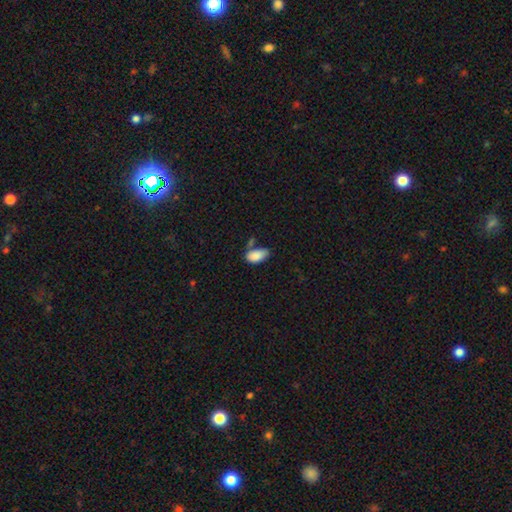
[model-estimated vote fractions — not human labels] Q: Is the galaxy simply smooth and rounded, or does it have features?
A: smooth — 86%.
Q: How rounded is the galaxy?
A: in between — 94%.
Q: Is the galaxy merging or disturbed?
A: none — 48%.